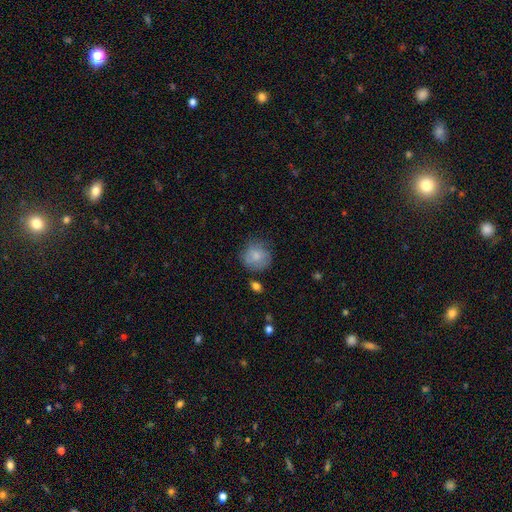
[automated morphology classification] smooth_or_featured: smooth (p=0.79) [alt: featured or disk p=0.14]
how_rounded: round (p=0.86) [alt: in between p=0.13]
merging: none (p=0.67) [alt: minor disturbance p=0.23]